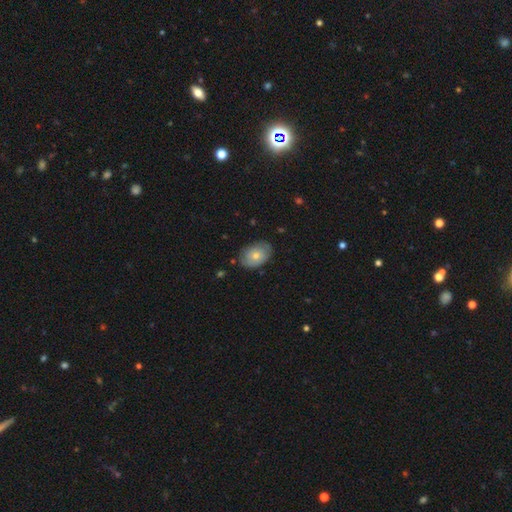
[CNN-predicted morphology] This is possibly a smooth galaxy (59%). How rounded: clearly in between (81%). Merging: likely none (79%).